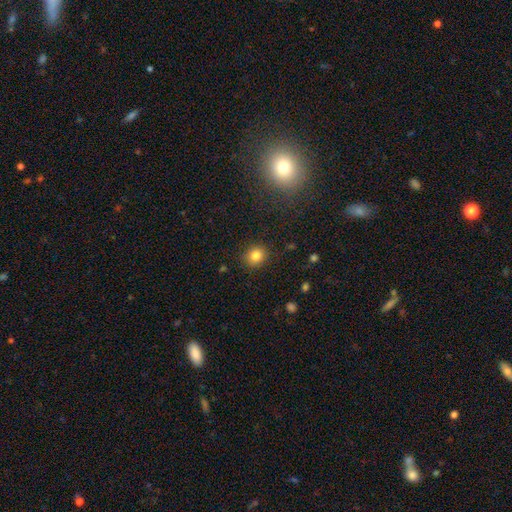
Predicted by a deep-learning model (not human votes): A smooth galaxy with no disk features (82%) that is round (80%).

Vote fractions:
- Smooth or featured? smooth: 82% / star or artifact: 12% / featured or disk: 7%
- How rounded? round: 80% / in between: 19% / cigar-shaped: 1%
- Merging? none: 89% / minor disturbance: 7% / major disturbance: 2% / merger: 1%